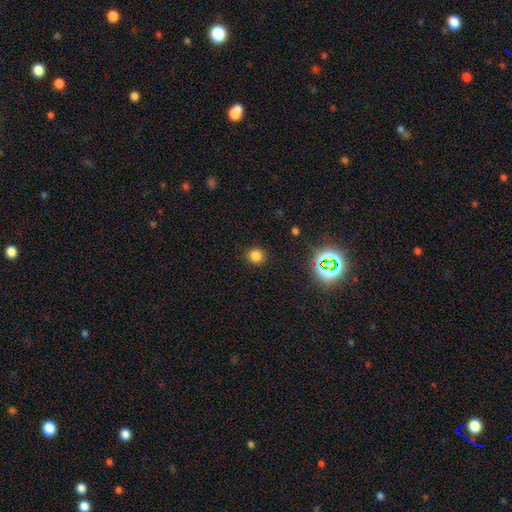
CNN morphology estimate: type=smooth (79%); roundness=round (91%); merging=none (90%).